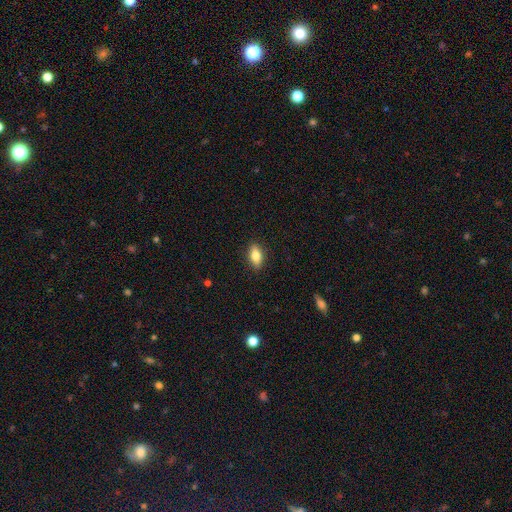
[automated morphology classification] Smooth or featured? Predicted: smooth (p=0.76). How rounded? Predicted: in between (p=0.82). Merging? Predicted: none (p=0.88).